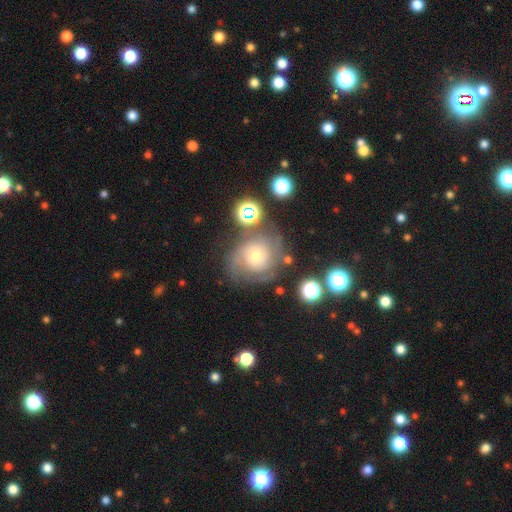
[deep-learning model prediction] Smooth or featured? featured or disk (70%)
Edge-on disk? no (97%)
Bar? no (75%)
Spiral arms? yes (90%)
Spiral winding? tight (59%)
Spiral arm count? can't tell (35%)
Bulge size? moderate (53%)
Merging? none (64%)